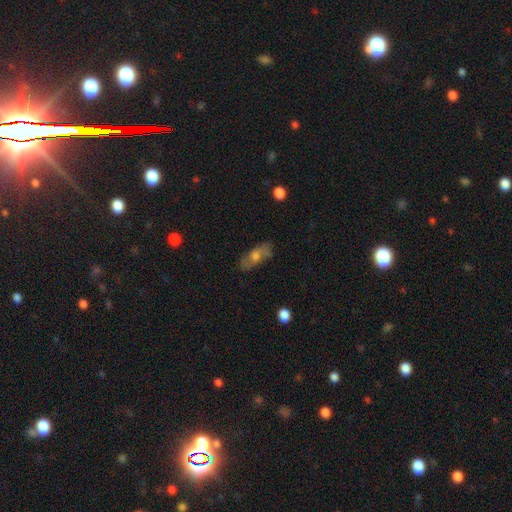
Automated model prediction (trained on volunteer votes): This appears to be a smooth galaxy with no disk features (52%) that is in between round and cigar-shaped (74%). Merging: none (77%).